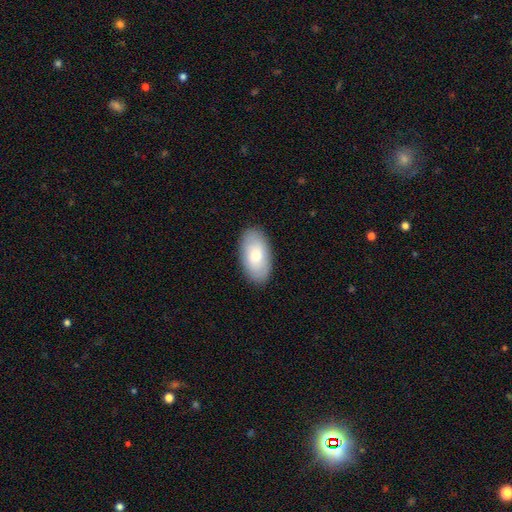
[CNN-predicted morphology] smooth 80%, featured or disk 15%, star or artifact 5%. Down the decision tree: how rounded — in between (95%); merging — none (88%).